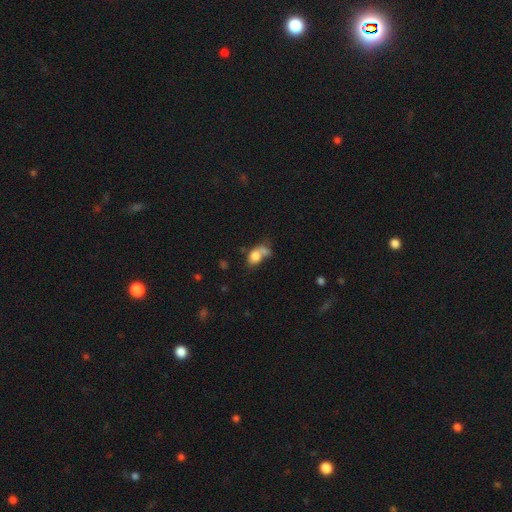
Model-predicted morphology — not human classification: A smooth galaxy with no disk features (75%) that is in between round and cigar-shaped (66%). Merging: merger (44%).